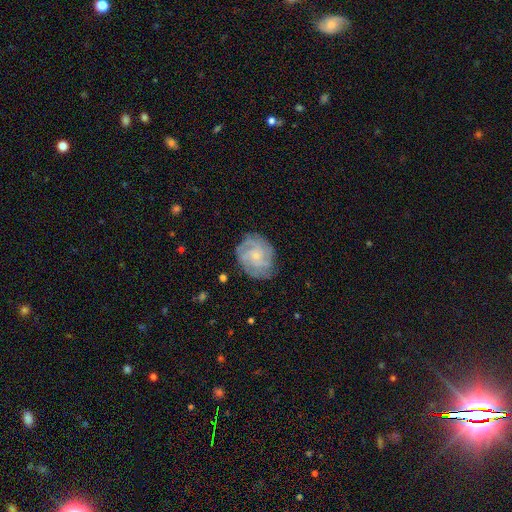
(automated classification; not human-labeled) smooth-or-featured: featured or disk: 77% | smooth: 16% | star or artifact: 7%
  disk-edge-on: no: 98% | yes: 2%
    bar: no: 77% | weak: 20% | strong: 3%
    has-spiral-arms: yes: 94% | no: 6%
      spiral-winding: tight: 63% | medium: 29% | loose: 7%
      spiral-arm-count: can't tell: 31% | 3: 23% | 4: 20% | 2: 13% | more than 4: 7% | 1: 6%
    bulge-size: small: 78% | moderate: 17% | none: 3% | large: 1% | dominant: 1%
  merging: none: 76% | minor disturbance: 17% | major disturbance: 5% | merger: 1%